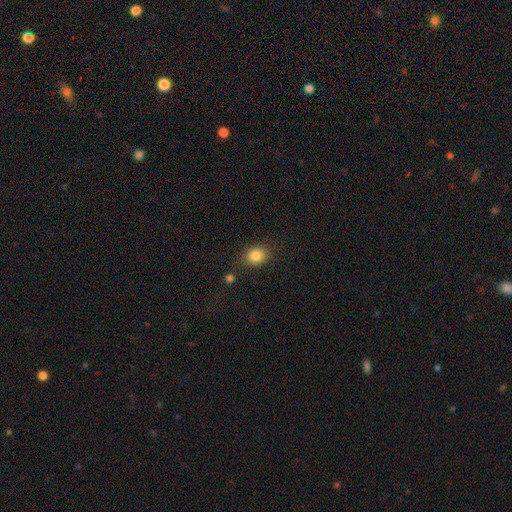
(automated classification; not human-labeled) smooth_or_featured: smooth (p=0.84) [alt: star or artifact p=0.10]
how_rounded: round (p=0.53) [alt: in between p=0.46]
merging: none (p=0.77) [alt: minor disturbance p=0.13]